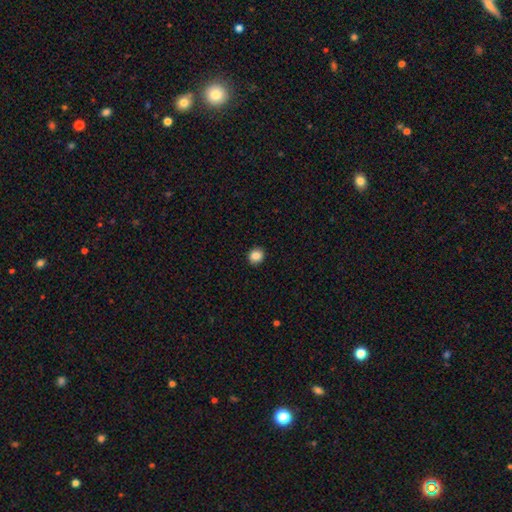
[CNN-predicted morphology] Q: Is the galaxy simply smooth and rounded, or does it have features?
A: smooth — 86%.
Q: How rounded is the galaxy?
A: round — 84%.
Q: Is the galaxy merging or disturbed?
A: none — 91%.